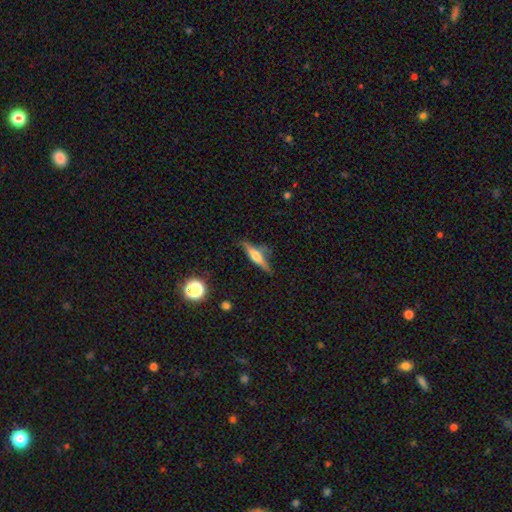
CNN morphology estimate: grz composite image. It shows a featured or disk galaxy (59%) viewed edge-on (94%) with a rounded central bulge (75%). Merging: none (75%).